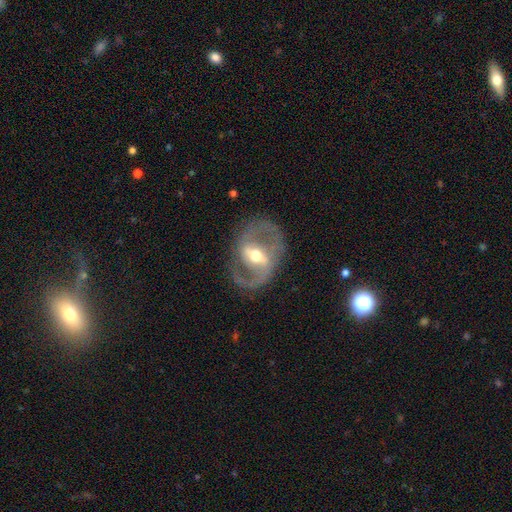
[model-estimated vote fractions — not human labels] Overall: featured or disk (83%). Edge-on disk: no (94%). Bar: strong (50%; weak 35%). Spiral arms: yes (72%). Spiral arm count: 2 (86%). Spiral winding: medium (52%; loose 29%). Bulge size: moderate (70%). Merging: none (77%).